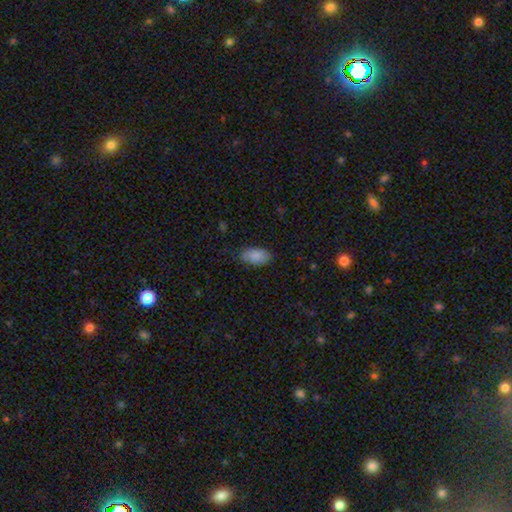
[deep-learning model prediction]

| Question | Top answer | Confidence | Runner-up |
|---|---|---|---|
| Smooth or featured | smooth | 87% | featured or disk (6%) |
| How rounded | in between | 94% | round (3%) |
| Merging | none | 78% | minor disturbance (18%) |